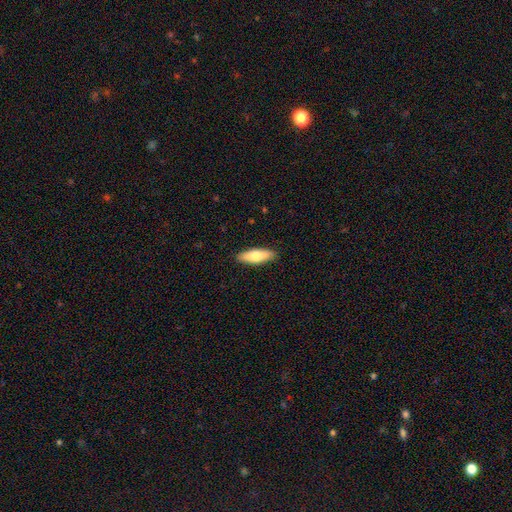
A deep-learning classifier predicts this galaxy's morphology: This is likely a smooth galaxy (73%). How rounded: possibly in between (53%). Merging: clearly none (89%).